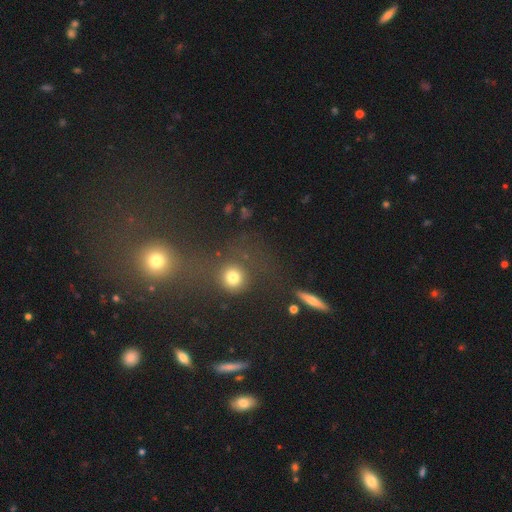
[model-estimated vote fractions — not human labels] Smooth or featured? Predicted: smooth (p=0.46). Merging? Predicted: none (p=0.52).